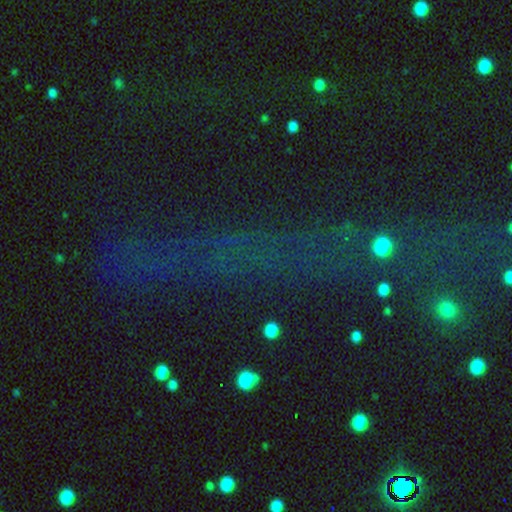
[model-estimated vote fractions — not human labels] Smooth or featured?
  - star or artifact: 61% *
  - smooth: 21%
  - featured or disk: 19%